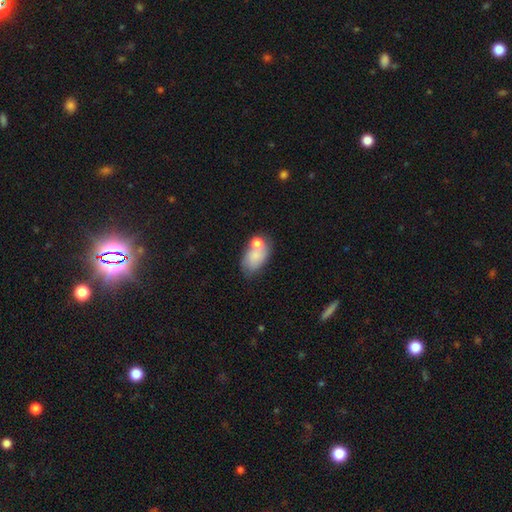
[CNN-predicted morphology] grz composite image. It shows a smooth galaxy with no disk features (72%) that is in between round and cigar-shaped (87%). Merging: none (37%).